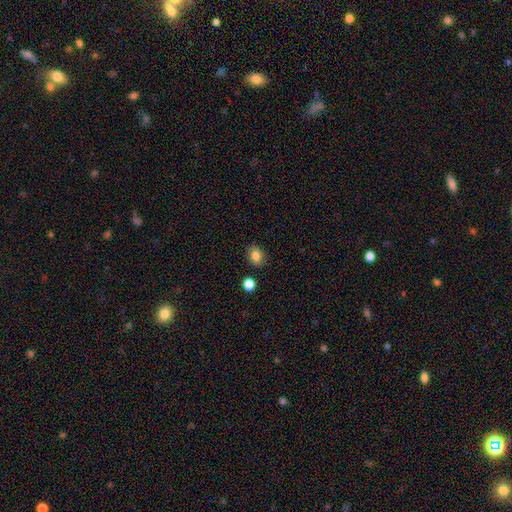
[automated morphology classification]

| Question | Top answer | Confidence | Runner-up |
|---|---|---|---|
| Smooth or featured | smooth | 83% | star or artifact (10%) |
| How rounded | in between | 58% | round (41%) |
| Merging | none | 83% | minor disturbance (11%) |